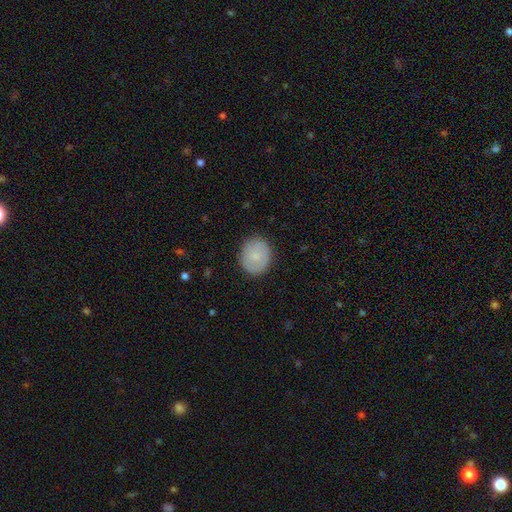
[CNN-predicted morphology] Smooth or featured? Predicted: smooth (p=0.71). How rounded? Predicted: round (p=0.67). Merging? Predicted: none (p=0.84).